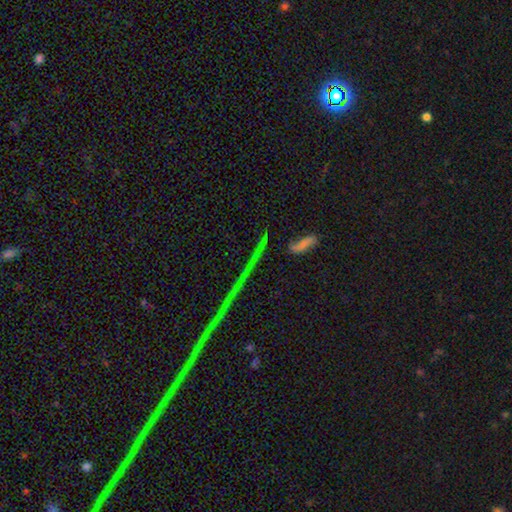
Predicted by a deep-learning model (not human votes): smooth-or-featured: star or artifact: 59% | smooth: 20% | featured or disk: 20%